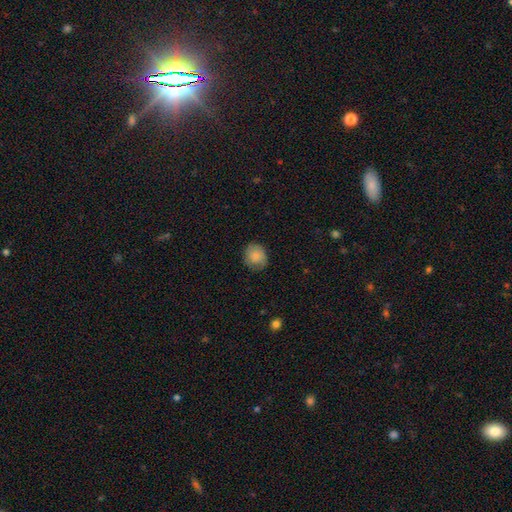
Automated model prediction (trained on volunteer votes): Overall: smooth (84%). How rounded: round (74%). Merging: none (75%).